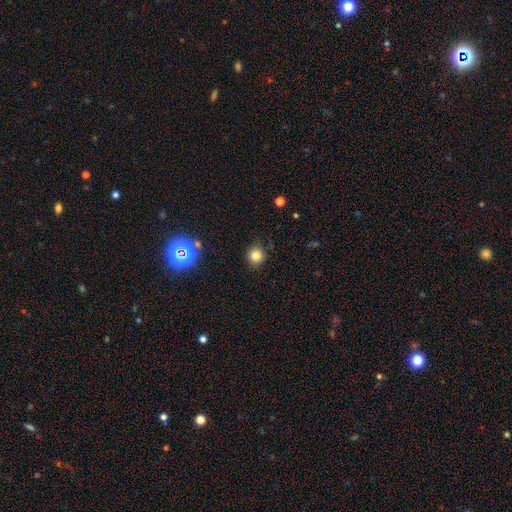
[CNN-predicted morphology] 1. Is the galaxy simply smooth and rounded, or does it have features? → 78% smooth, 15% star or artifact, 6% featured or disk.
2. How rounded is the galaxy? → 92% round, 7% in between, 1% cigar-shaped.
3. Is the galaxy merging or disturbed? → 88% none, 8% minor disturbance, 3% major disturbance, 1% merger.